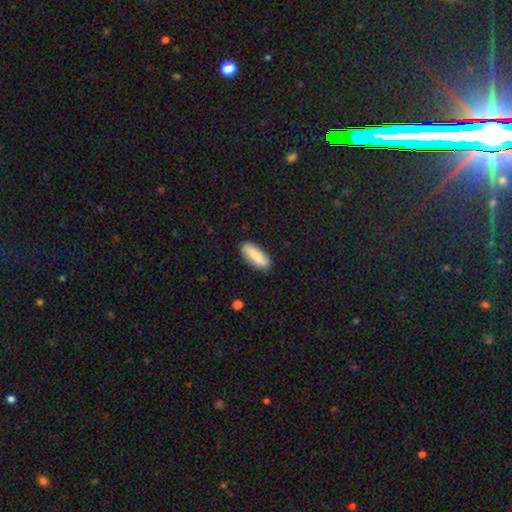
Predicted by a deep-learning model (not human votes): Smooth or featured: smooth — 83% (featured or disk — 11%)
How rounded: in between — 54% (cigar-shaped — 44%)
Merging: none — 87% (minor disturbance — 10%)